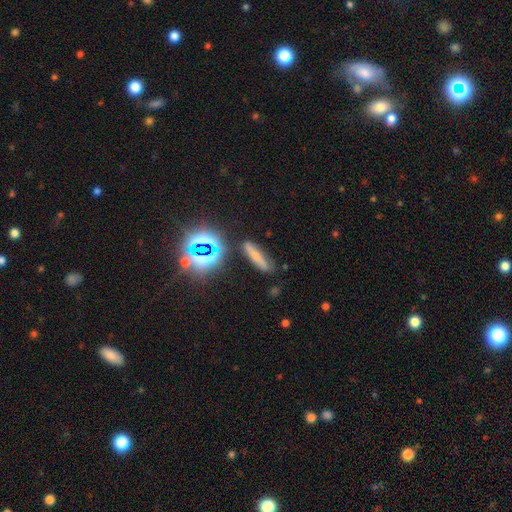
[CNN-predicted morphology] This is possibly a smooth galaxy (52%). How rounded: likely cigar-shaped (69%). Merging: likely none (78%).